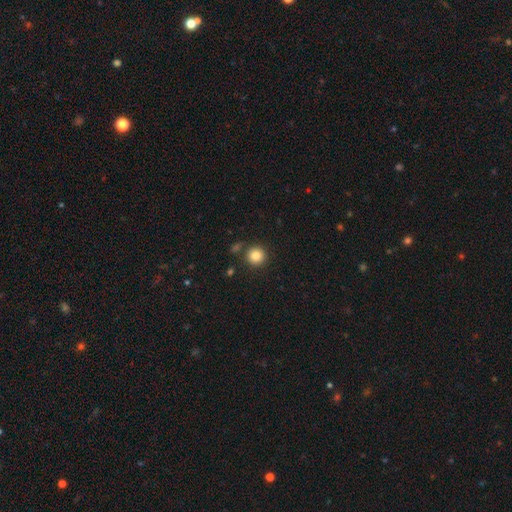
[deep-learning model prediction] A smooth galaxy with no disk features (85%) that is round (94%). Merging: none (84%).